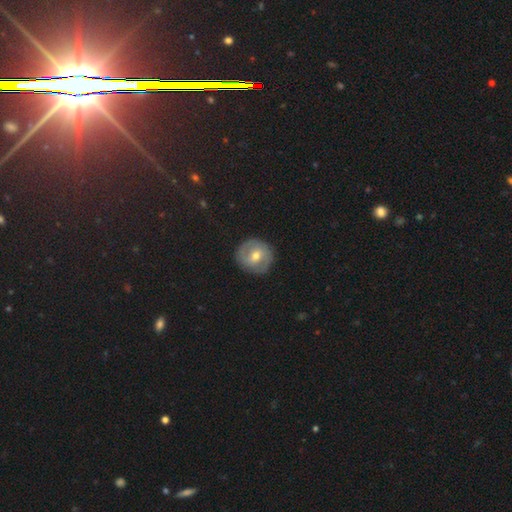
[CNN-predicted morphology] featured or disk 60%, smooth 34%, star or artifact 6%. Down the decision tree: edge-on disk — no (97%); bar — weak (47%); spiral arms — yes (77%); bulge size — moderate (65%); merging — none (85%).